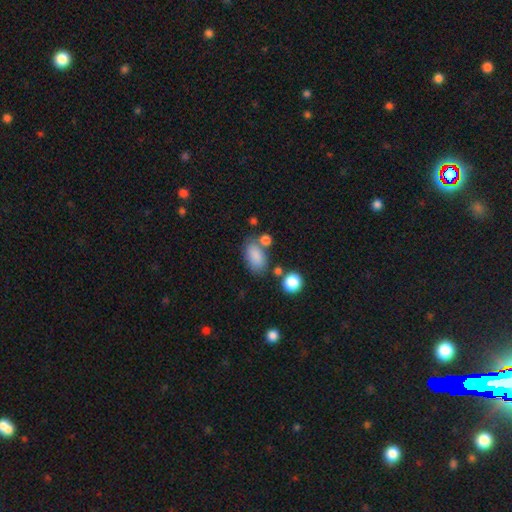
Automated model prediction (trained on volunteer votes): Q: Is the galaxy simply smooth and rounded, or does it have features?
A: smooth — 84%.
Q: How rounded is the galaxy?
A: in between — 89%.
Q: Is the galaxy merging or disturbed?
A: none — 61%.